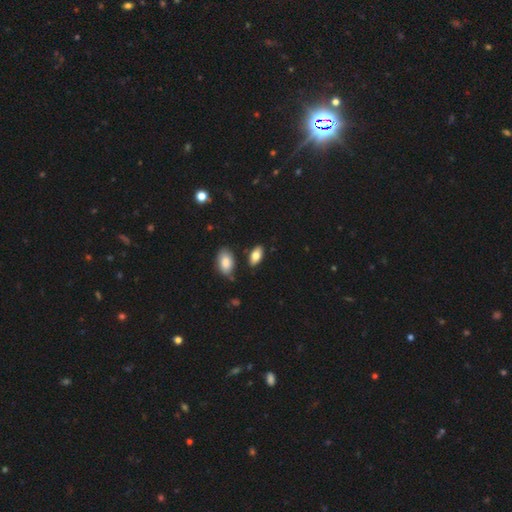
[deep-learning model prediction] Q: Smooth or featured?
A: smooth (81%); runner-up: featured or disk (12%)
Q: How rounded?
A: in between (91%); runner-up: cigar-shaped (6%)
Q: Merging?
A: none (81%); runner-up: minor disturbance (12%)